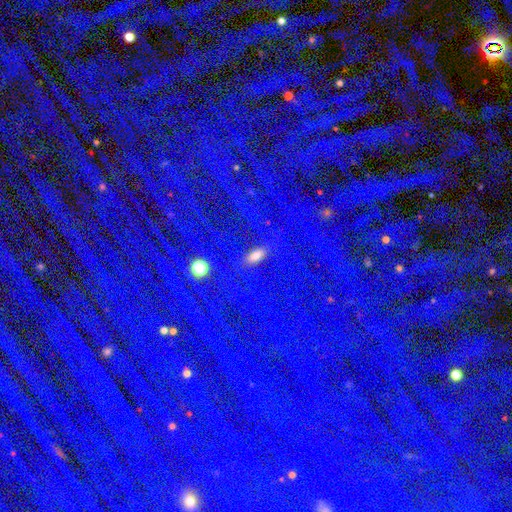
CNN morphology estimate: This appears to be a star or artifact, not a galaxy (41%).